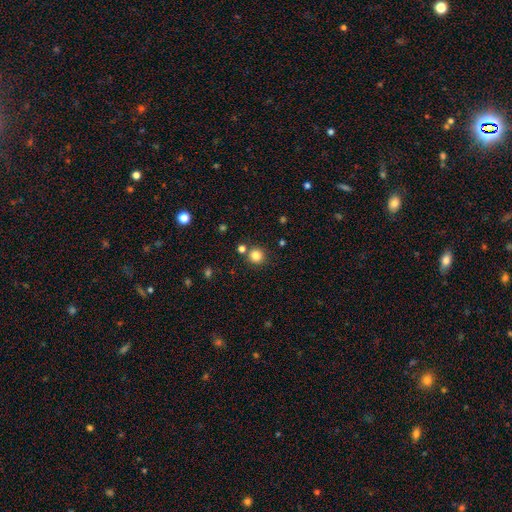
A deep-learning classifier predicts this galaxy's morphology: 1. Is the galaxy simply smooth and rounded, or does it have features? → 82% smooth, 12% star or artifact, 5% featured or disk.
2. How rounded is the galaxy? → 93% round, 6% in between, 1% cigar-shaped.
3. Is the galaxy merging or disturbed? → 80% none, 10% merger, 7% minor disturbance, 2% major disturbance.